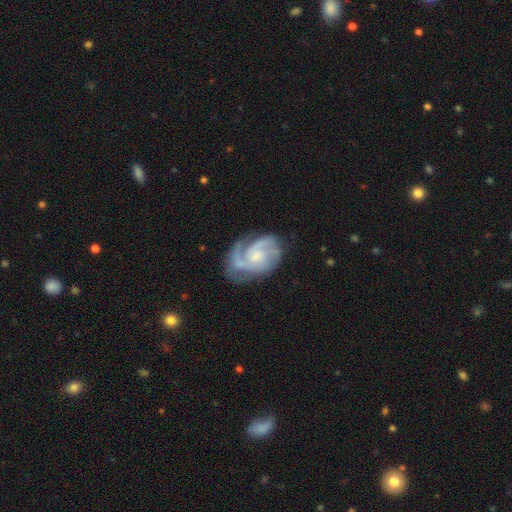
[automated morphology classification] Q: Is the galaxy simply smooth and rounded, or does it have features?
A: featured or disk — 89%.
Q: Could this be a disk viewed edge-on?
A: no — 98%.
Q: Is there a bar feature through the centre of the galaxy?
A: no — 59%.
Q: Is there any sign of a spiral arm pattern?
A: yes — 97%.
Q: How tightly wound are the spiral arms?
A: tight — 46%.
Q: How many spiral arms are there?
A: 2 — 50%.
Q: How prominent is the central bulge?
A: small — 52%.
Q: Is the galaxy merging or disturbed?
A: none — 64%.